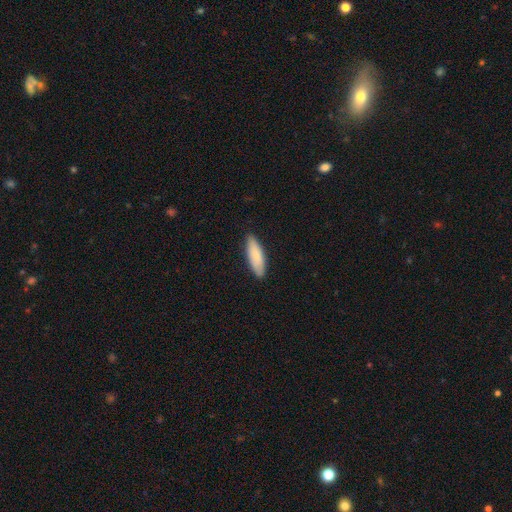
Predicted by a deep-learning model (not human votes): smooth-or-featured: smooth: 85% | featured or disk: 10% | star or artifact: 5%
  how-rounded: in between: 53% | cigar-shaped: 45% | round: 2%
  merging: none: 86% | minor disturbance: 11% | major disturbance: 2% | merger: 1%